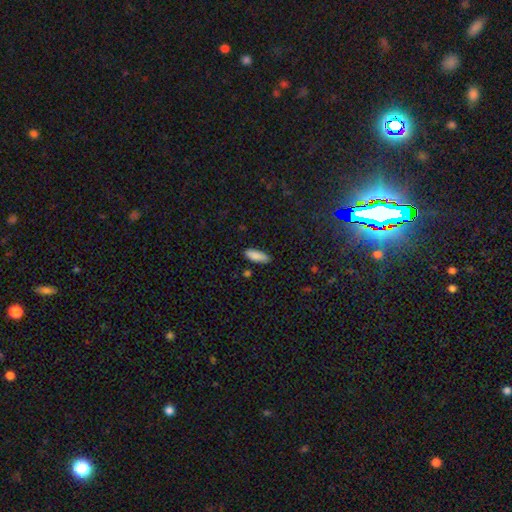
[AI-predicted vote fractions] Morphology: type=smooth (87%); roundness=in between (64%); merging=none (84%).